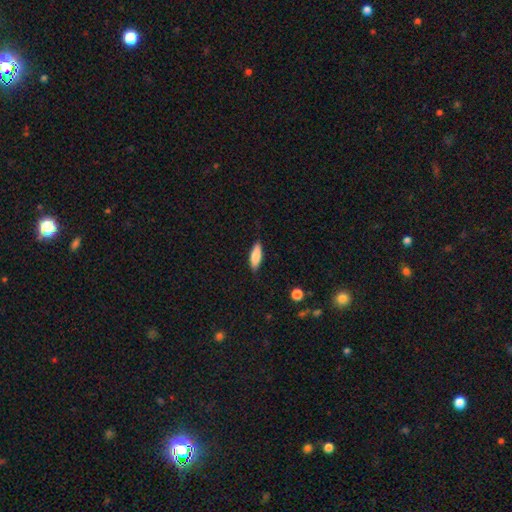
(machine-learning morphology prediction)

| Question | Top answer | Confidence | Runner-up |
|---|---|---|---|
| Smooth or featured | smooth | 80% | featured or disk (14%) |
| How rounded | in between | 54% | cigar-shaped (44%) |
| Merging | none | 85% | minor disturbance (12%) |